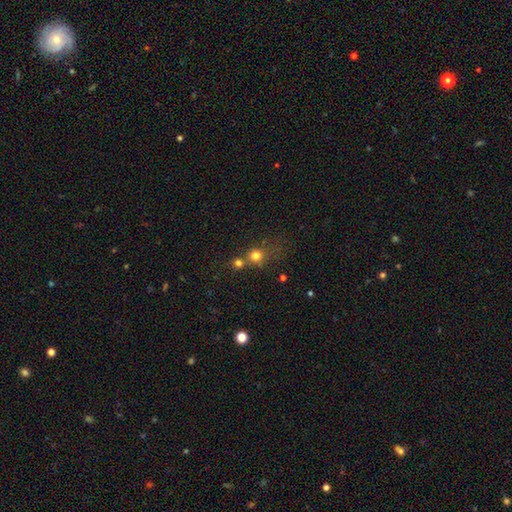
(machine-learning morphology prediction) A smooth galaxy with no disk features (71%) that is round (86%). Merging: none (48%).